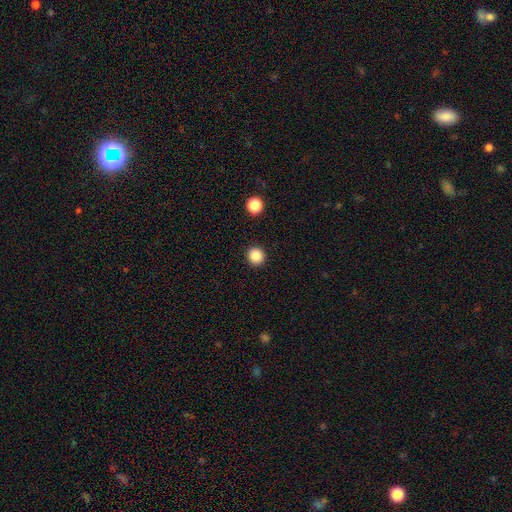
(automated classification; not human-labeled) smooth_or_featured: smooth (p=0.86) [alt: star or artifact p=0.11]
how_rounded: round (p=0.95) [alt: in between p=0.04]
merging: none (p=0.93) [alt: minor disturbance p=0.04]